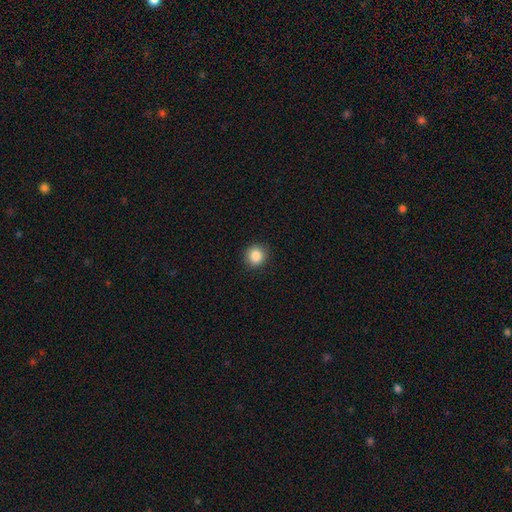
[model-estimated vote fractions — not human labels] smooth_or_featured: smooth (p=0.87) [alt: star or artifact p=0.10]
how_rounded: round (p=0.89) [alt: in between p=0.10]
merging: none (p=0.90) [alt: minor disturbance p=0.07]